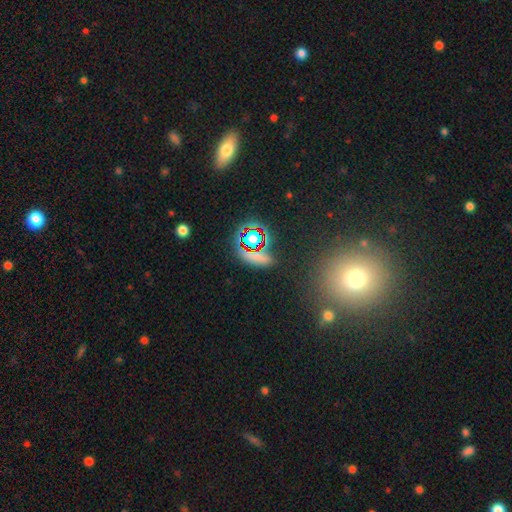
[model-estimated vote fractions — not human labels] This appears to be a star or artifact, not a galaxy (48%).